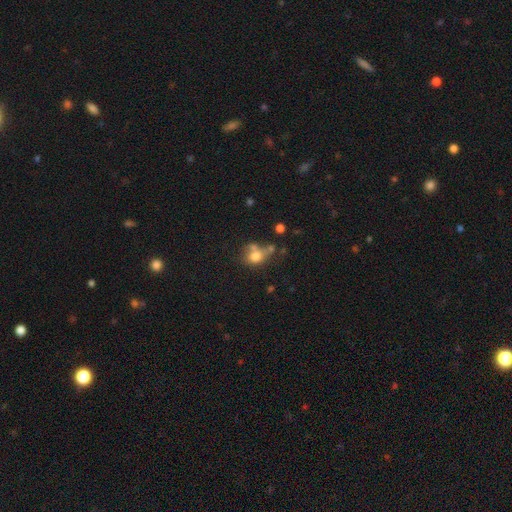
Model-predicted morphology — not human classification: type=smooth (72%); roundness=round (57%); merging=none (36%).